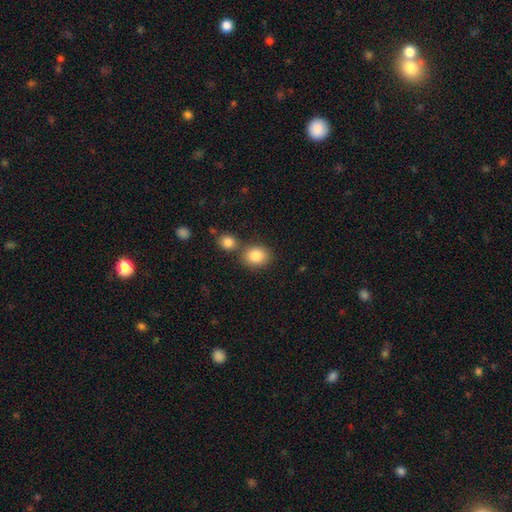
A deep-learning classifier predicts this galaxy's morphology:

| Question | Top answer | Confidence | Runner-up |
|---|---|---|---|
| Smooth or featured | smooth | 85% | star or artifact (9%) |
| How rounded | round | 59% | in between (40%) |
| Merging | none | 64% | merger (23%) |